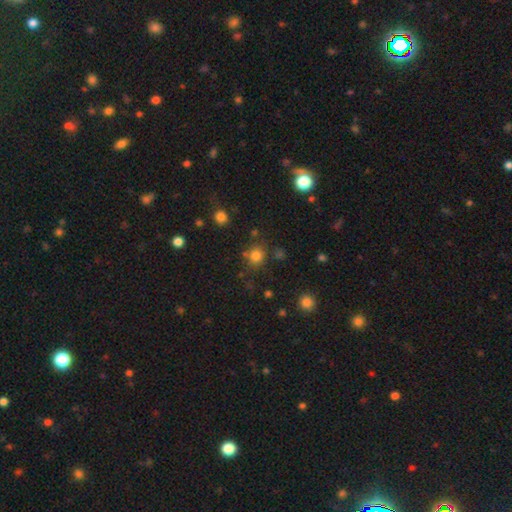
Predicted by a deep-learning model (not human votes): The model was most divided on "smooth or featured": smooth: 78%, star or artifact: 16%, featured or disk: 6%. More confident: how rounded — round (84%); merging — none (77%).